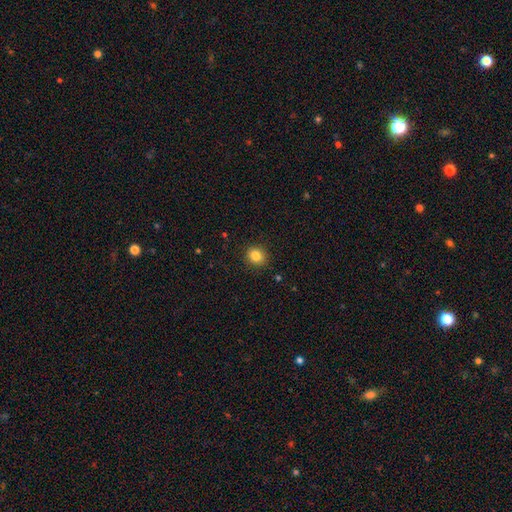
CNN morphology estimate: This is clearly a smooth galaxy (84%). How rounded: likely round (77%). Merging: clearly none (90%).